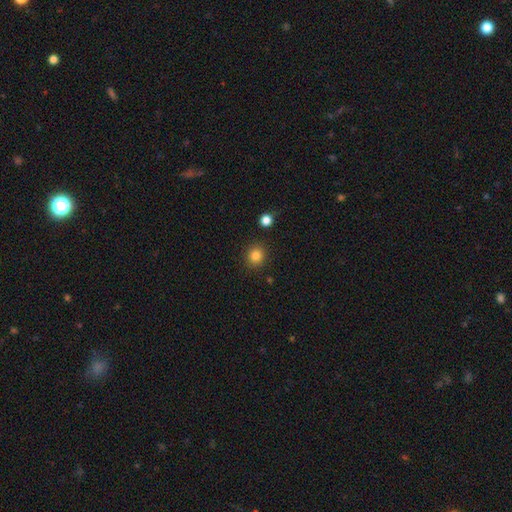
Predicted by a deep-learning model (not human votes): A smooth galaxy with no disk features (83%) that is round (89%).

Vote fractions:
- Smooth or featured? smooth: 83% / star or artifact: 12% / featured or disk: 5%
- How rounded? round: 89% / in between: 10% / cigar-shaped: 1%
- Merging? none: 89% / minor disturbance: 6% / merger: 2% / major disturbance: 2%